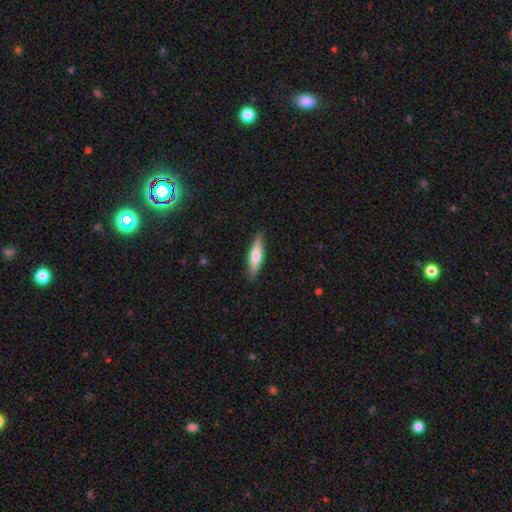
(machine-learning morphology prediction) smooth_or_featured: smooth (p=0.54) [alt: featured or disk p=0.41]
how_rounded: cigar-shaped (p=0.74) [alt: in between p=0.24]
merging: none (p=0.89) [alt: minor disturbance p=0.08]